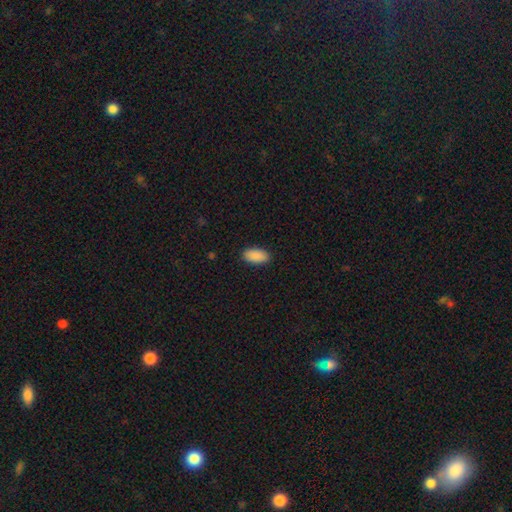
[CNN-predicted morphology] A smooth galaxy with no disk features (90%) that is in between round and cigar-shaped (94%).

Vote fractions:
- Smooth or featured? smooth: 90% / star or artifact: 6% / featured or disk: 3%
- How rounded? in between: 94% / cigar-shaped: 3% / round: 3%
- Merging? none: 89% / minor disturbance: 8% / major disturbance: 2% / merger: 1%